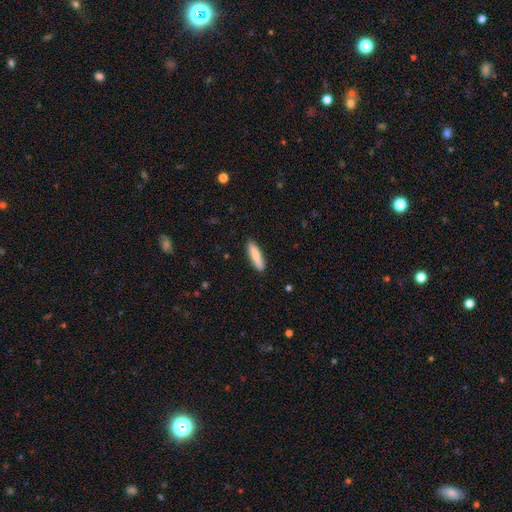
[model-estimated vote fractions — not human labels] Overall: smooth (84%). How rounded: cigar-shaped (74%). Merging: none (89%).